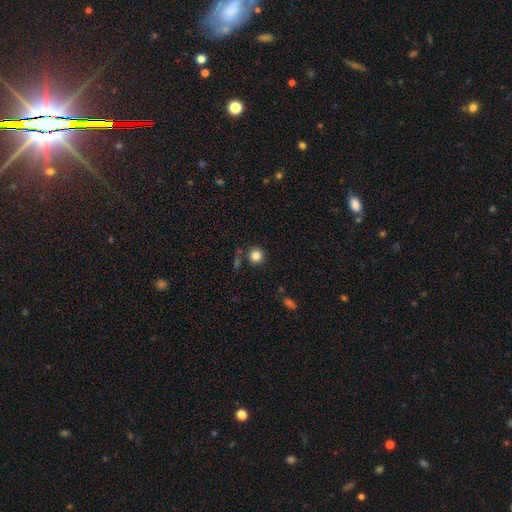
smooth-or-featured: smooth: 87% | featured or disk: 8% | star or artifact: 5%
  how-rounded: round: 91% | in between: 6% | cigar-shaped: 3%
  merging: none: 81% | minor disturbance: 11% | merger: 6% | major disturbance: 3%